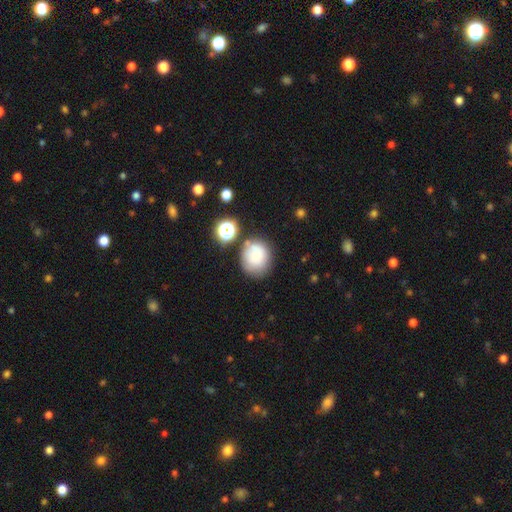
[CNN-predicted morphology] This appears to be a smooth galaxy with no disk features (77%) that is round (74%). Merging: none (65%).